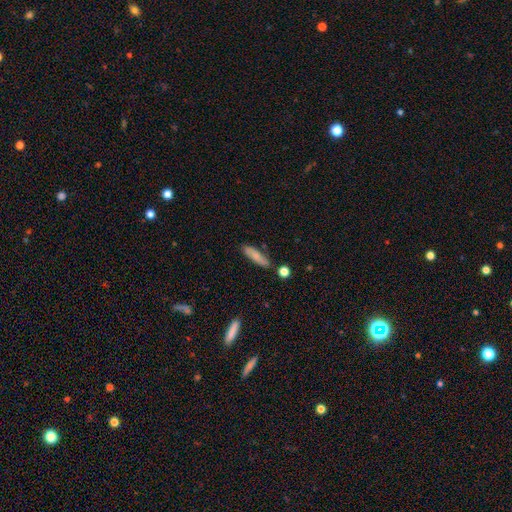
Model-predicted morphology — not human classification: A smooth galaxy with no disk features (78%) that is cigar-shaped (65%). Merging: none (77%).